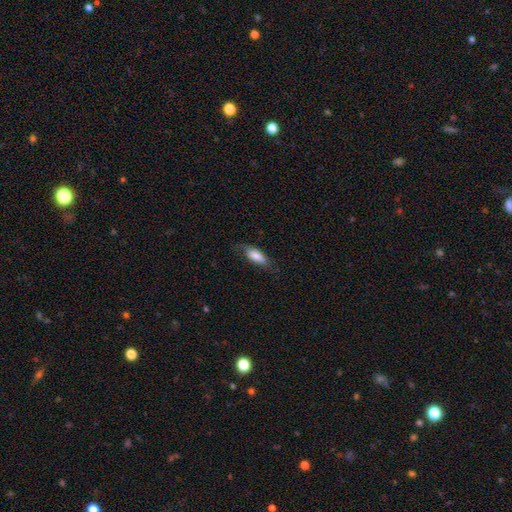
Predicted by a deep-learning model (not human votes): Overall: smooth (75%). How rounded: in between (74%). Merging: none (69%).